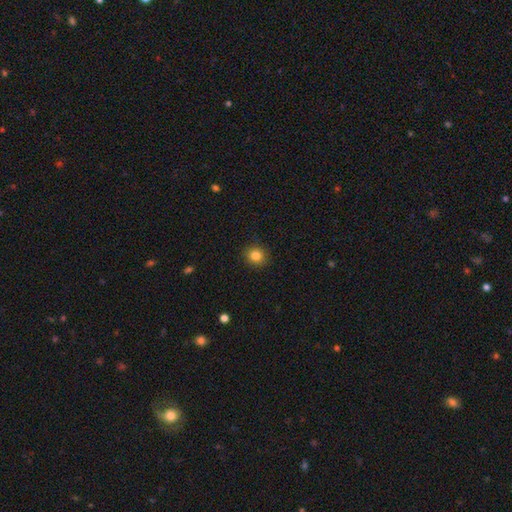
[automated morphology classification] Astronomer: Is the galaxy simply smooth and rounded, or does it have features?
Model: smooth — 84%.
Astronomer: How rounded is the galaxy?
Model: round — 87%.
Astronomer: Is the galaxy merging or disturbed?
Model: none — 90%.